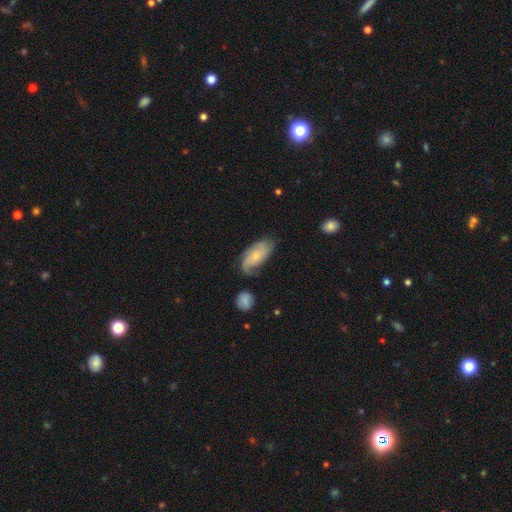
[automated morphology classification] smooth-or-featured: featured or disk: 49% | smooth: 44% | star or artifact: 7%
  merging: none: 55% | minor disturbance: 29% | major disturbance: 12% | merger: 5%